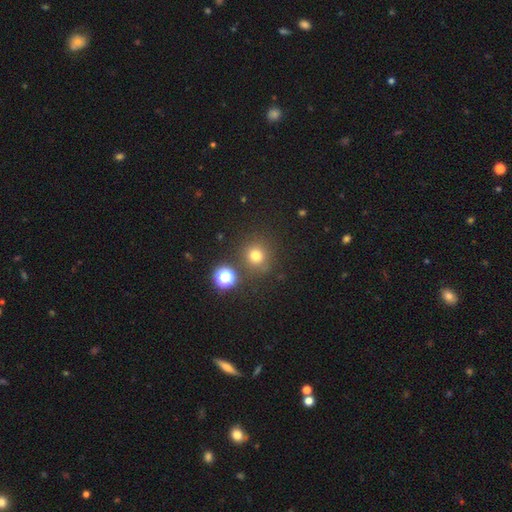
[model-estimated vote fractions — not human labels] A smooth galaxy with no disk features (73%) that is round (91%).

Vote fractions:
- Smooth or featured? smooth: 73% / star or artifact: 20% / featured or disk: 7%
- How rounded? round: 91% / in between: 8% / cigar-shaped: 1%
- Merging? none: 83% / minor disturbance: 8% / merger: 6% / major disturbance: 3%